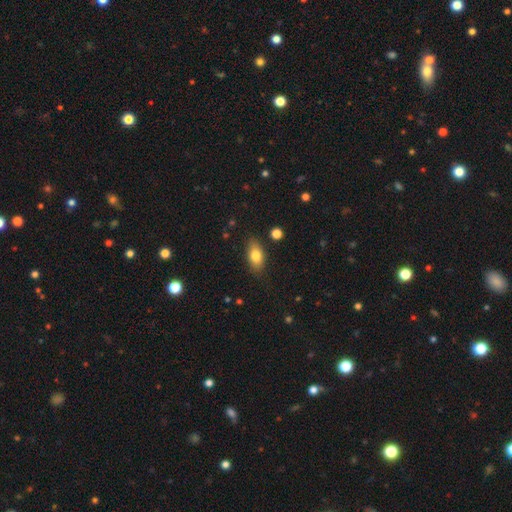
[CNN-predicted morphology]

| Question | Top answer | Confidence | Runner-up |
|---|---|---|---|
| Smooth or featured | smooth | 80% | featured or disk (12%) |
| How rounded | in between | 87% | round (7%) |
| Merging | none | 83% | minor disturbance (12%) |